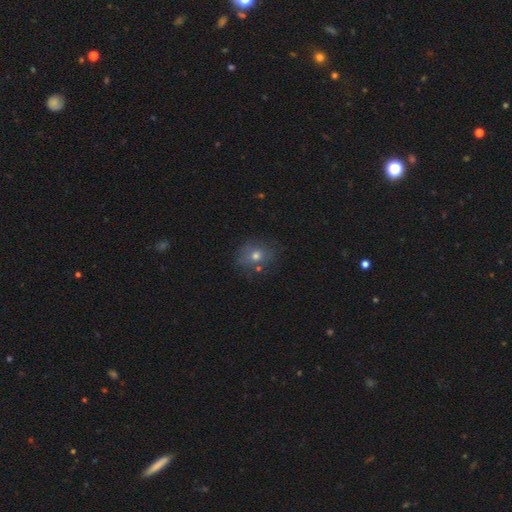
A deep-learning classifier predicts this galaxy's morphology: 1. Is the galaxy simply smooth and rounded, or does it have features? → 63% smooth, 19% featured or disk, 17% star or artifact.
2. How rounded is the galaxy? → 64% round, 35% in between, 1% cigar-shaped.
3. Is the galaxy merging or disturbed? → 72% none, 18% minor disturbance, 6% major disturbance, 5% merger.